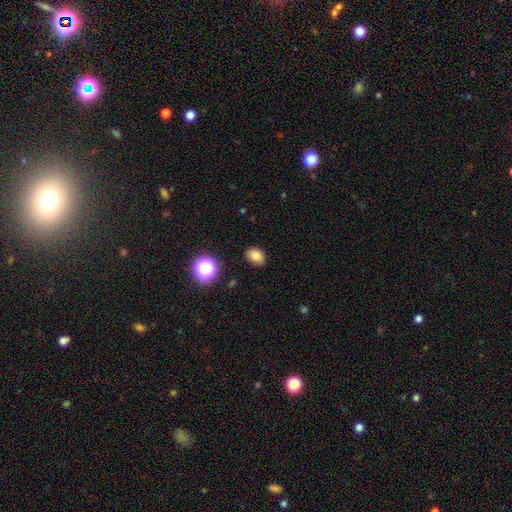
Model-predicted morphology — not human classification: smooth_or_featured: smooth (p=0.81) [alt: star or artifact p=0.13]
how_rounded: in between (p=0.67) [alt: round p=0.32]
merging: none (p=0.86) [alt: minor disturbance p=0.10]